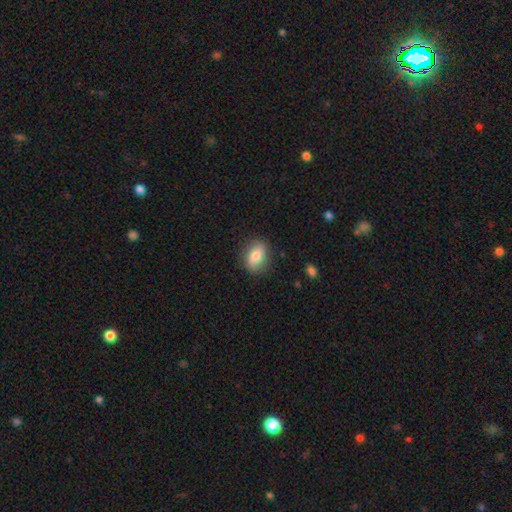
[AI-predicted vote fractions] This appears to be a smooth galaxy with no disk features (78%) that is in between round and cigar-shaped (71%). Merging: none (84%).